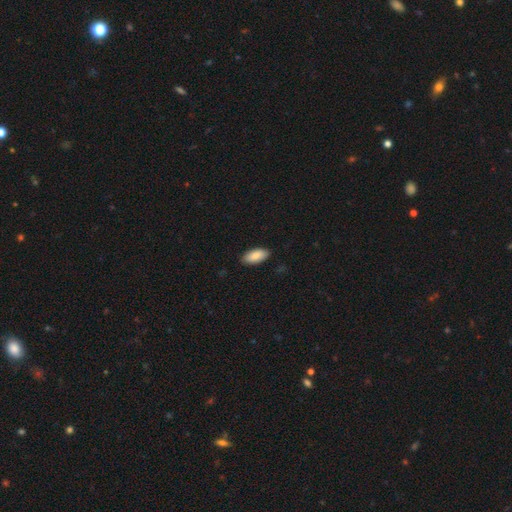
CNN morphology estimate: A smooth galaxy with no disk features (87%) that is in between round and cigar-shaped (91%).

Vote fractions:
- Smooth or featured? smooth: 87% / featured or disk: 7% / star or artifact: 6%
- How rounded? in between: 91% / cigar-shaped: 8% / round: 2%
- Merging? none: 88% / minor disturbance: 9% / major disturbance: 2% / merger: 1%